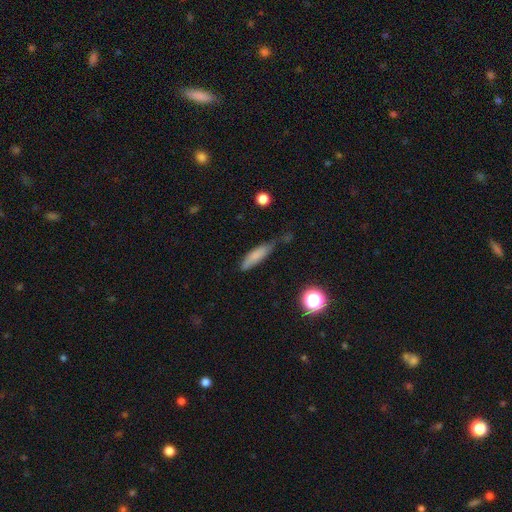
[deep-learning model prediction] Smooth or featured: smooth — 75% (featured or disk — 16%)
How rounded: cigar-shaped — 66% (in between — 31%)
Merging: none — 47% (minor disturbance — 36%)